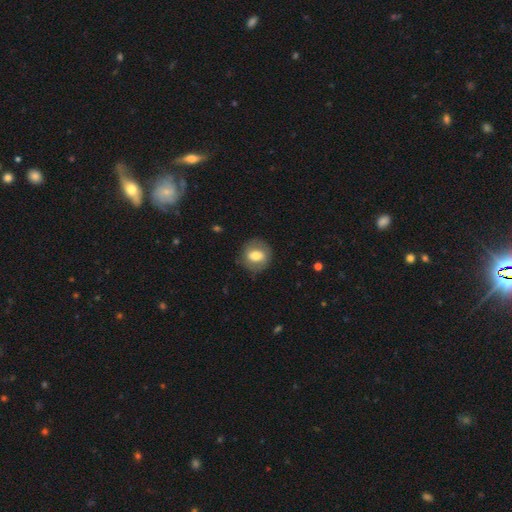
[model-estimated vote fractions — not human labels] Q: Smooth or featured?
A: smooth (61%); runner-up: featured or disk (31%)
Q: How rounded?
A: round (67%); runner-up: in between (31%)
Q: Merging?
A: none (80%); runner-up: minor disturbance (13%)